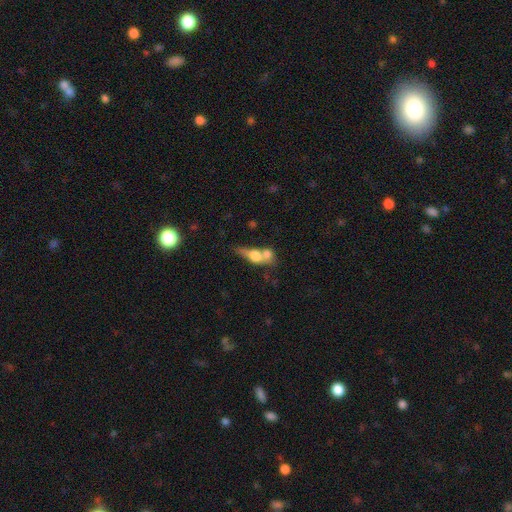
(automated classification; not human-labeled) smooth 59%, featured or disk 32%, star or artifact 9%. Down the decision tree: how rounded — in between (50%); merging — merger (60%).